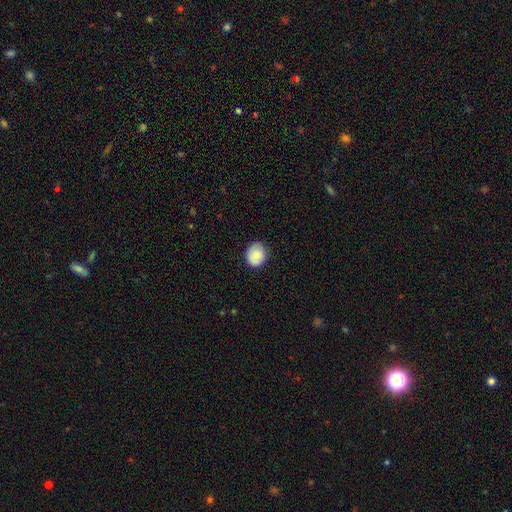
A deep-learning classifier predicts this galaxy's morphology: Q: Smooth or featured?
A: smooth (86%); runner-up: star or artifact (7%)
Q: How rounded?
A: round (67%); runner-up: in between (32%)
Q: Merging?
A: none (83%); runner-up: minor disturbance (13%)